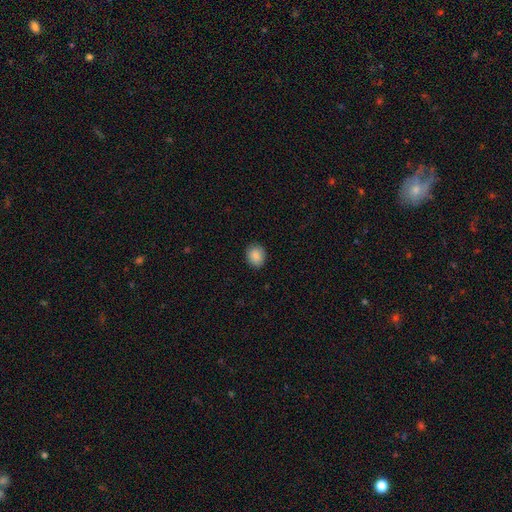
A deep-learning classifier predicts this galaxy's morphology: Smooth or featured: smooth — 88% (star or artifact — 8%)
How rounded: round — 61% (in between — 38%)
Merging: none — 87% (minor disturbance — 10%)